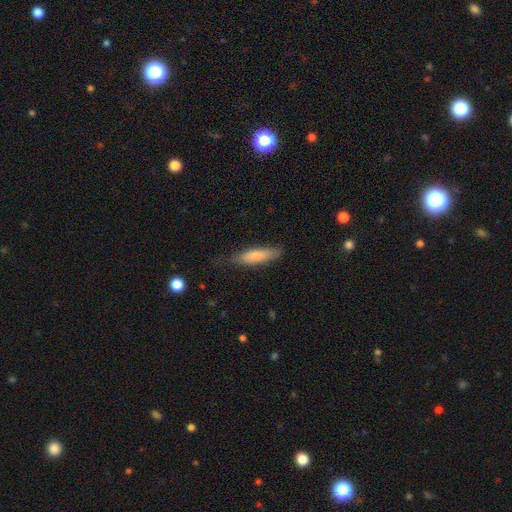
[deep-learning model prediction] Morphology: type=smooth (78%); roundness=cigar-shaped (68%); merging=none (75%).